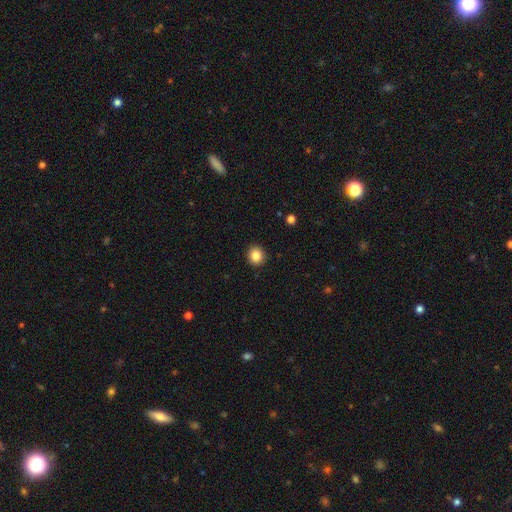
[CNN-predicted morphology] Smooth or featured?
  - smooth: 85% *
  - star or artifact: 10%
  - featured or disk: 5%
How rounded?
  - round: 85% *
  - in between: 14%
  - cigar-shaped: 1%
Merging?
  - none: 92% *
  - minor disturbance: 5%
  - major disturbance: 2%
  - merger: 1%